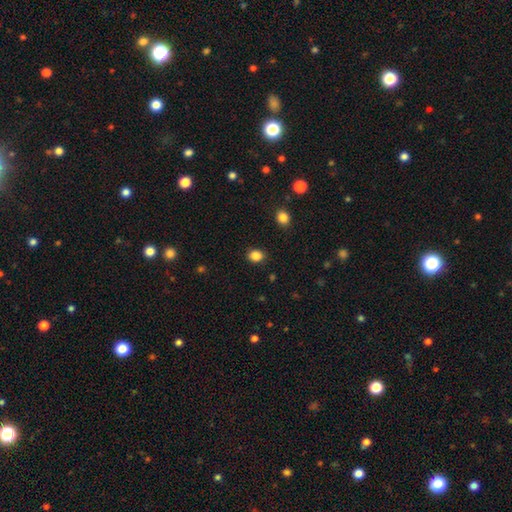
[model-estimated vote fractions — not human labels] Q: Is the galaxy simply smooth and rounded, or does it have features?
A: smooth — 86%.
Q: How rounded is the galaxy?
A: round — 55%.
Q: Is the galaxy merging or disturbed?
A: none — 88%.